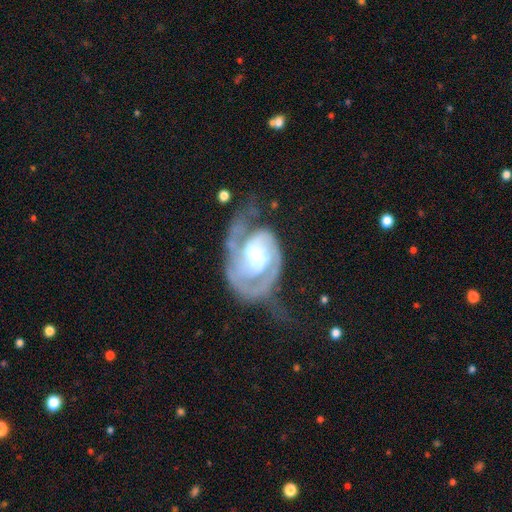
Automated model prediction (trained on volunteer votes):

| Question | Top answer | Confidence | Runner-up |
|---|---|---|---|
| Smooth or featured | featured or disk | 89% | smooth (6%) |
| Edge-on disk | no | 98% | yes (2%) |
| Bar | no | 60% | weak (30%) |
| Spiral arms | yes | 96% | no (4%) |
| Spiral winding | tight | 51% | medium (37%) |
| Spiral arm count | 2 | 64% | 1 (13%) |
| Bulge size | small | 45% | moderate (31%) |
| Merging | none | 38% | major disturbance (35%) |